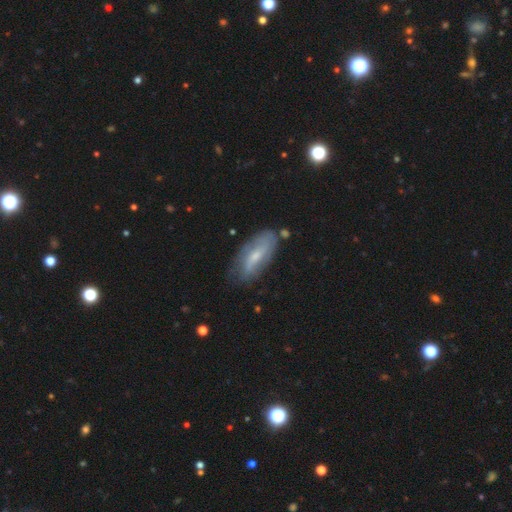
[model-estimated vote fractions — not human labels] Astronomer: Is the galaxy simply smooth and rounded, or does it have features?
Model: featured or disk — 56% (runner-up: smooth, 37%).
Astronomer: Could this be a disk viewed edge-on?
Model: no — 83%.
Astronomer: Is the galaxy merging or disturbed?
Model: none — 69%.